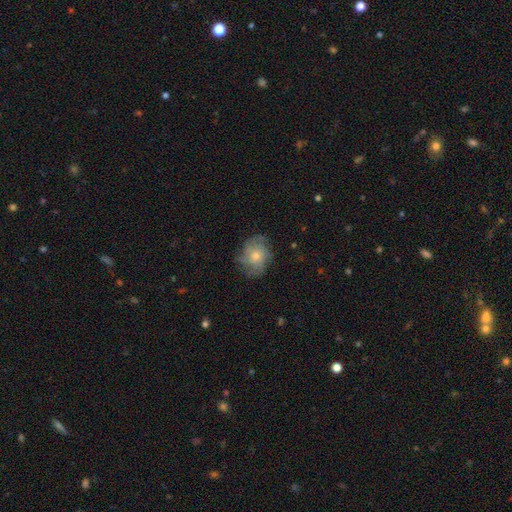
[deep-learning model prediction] Smooth or featured: featured or disk — 53% (smooth — 37%)
Edge-on disk: no — 97% (yes — 3%)
Bar: no — 83% (weak — 15%)
Spiral arms: yes — 81% (no — 19%)
Bulge size: moderate — 49% (small — 44%)
Merging: none — 70% (minor disturbance — 19%)